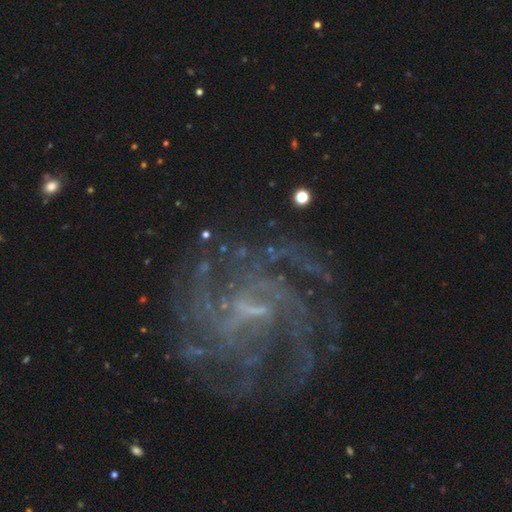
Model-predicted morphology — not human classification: The model was most divided on "spiral winding": tight: 45%, medium: 41%, loose: 14%. Remaining: edge-on disk — no (98%); spiral arms — yes (95%); smooth or featured — featured or disk (86%); merging — none (68%); bar — weak (54%); bulge size — small (48%); spiral arm count — can't tell (29%).